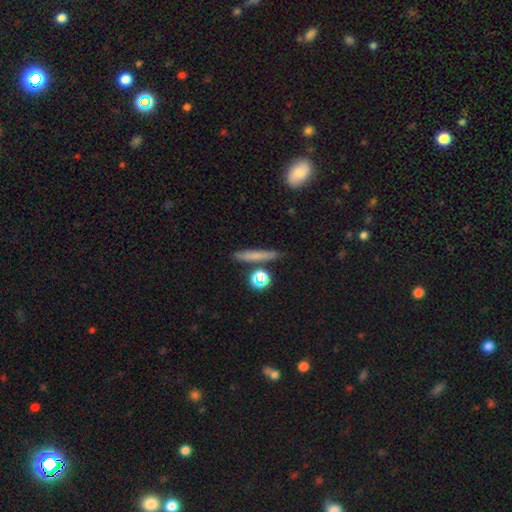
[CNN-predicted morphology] smooth 68%, featured or disk 22%, star or artifact 10%. Down the decision tree: how rounded — cigar-shaped (79%); merging — none (82%).